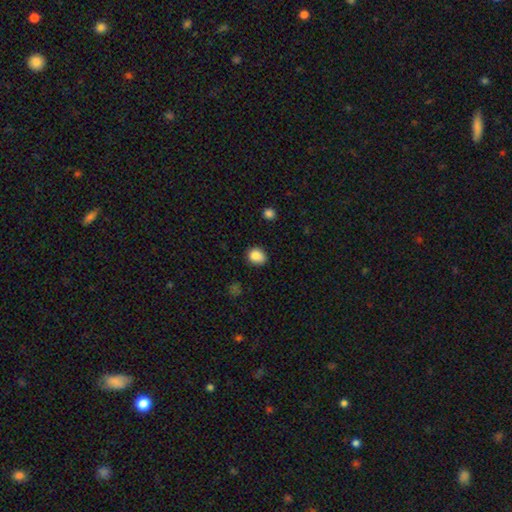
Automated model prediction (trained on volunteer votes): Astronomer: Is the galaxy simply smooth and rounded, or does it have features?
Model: smooth — 86%.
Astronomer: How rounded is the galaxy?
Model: round — 56% (runner-up: in between, 43%).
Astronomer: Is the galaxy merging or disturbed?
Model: none — 78%.